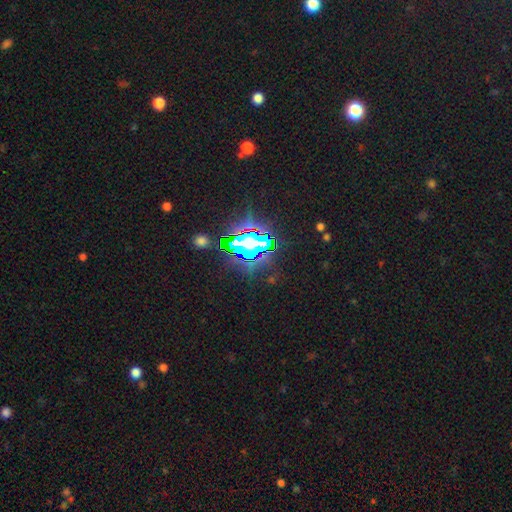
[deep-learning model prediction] smooth_or_featured: star or artifact (p=0.75) [alt: smooth p=0.13]